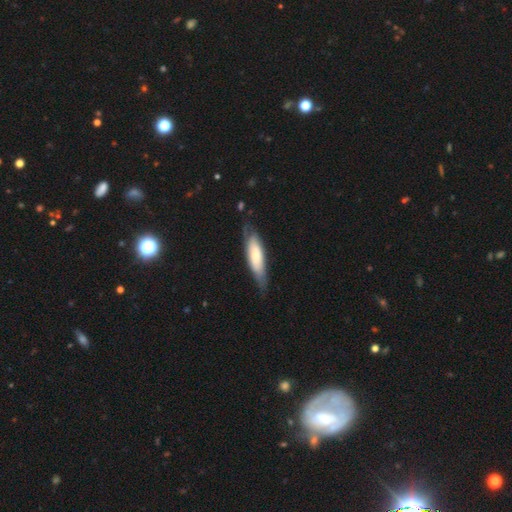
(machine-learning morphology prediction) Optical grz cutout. It shows a smooth galaxy with no disk features (64%) that is cigar-shaped (58%). Merging: none (66%).